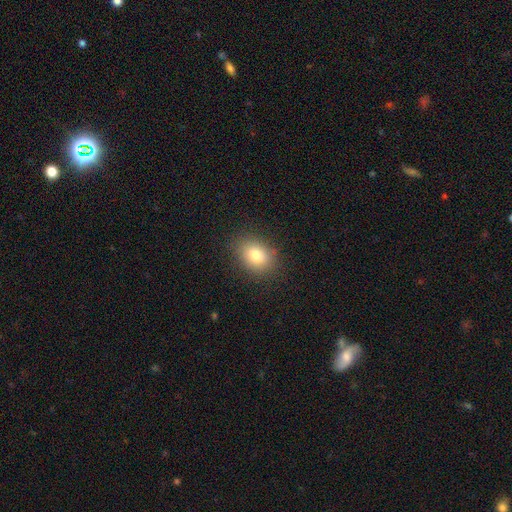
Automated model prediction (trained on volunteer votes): The model was most divided on "how rounded": in between: 58%, round: 41%, cigar-shaped: 1%. More confident: merging — none (86%); smooth or featured — smooth (80%).